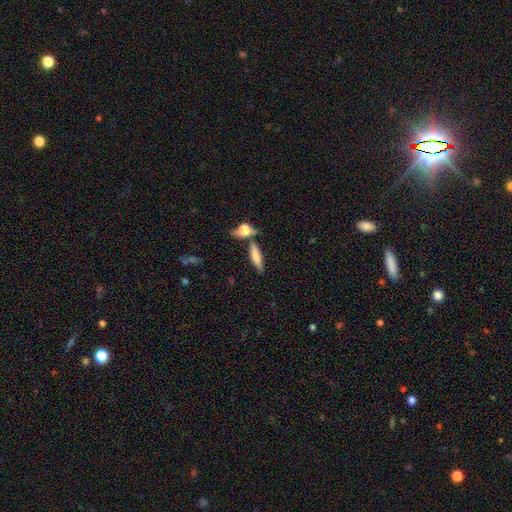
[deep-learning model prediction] smooth-or-featured: smooth: 73% | featured or disk: 19% | star or artifact: 8%
  how-rounded: cigar-shaped: 65% | in between: 31% | round: 4%
  merging: none: 67% | merger: 16% | minor disturbance: 13% | major disturbance: 5%